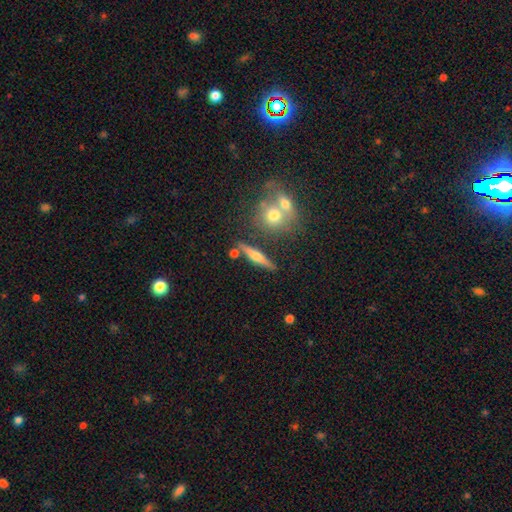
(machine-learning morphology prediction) Smooth or featured: featured or disk — 54% (smooth — 37%)
Edge-on disk: yes — 92% (no — 8%)
Edge-on bulge: rounded — 84% (none — 9%)
Merging: none — 77% (merger — 10%)